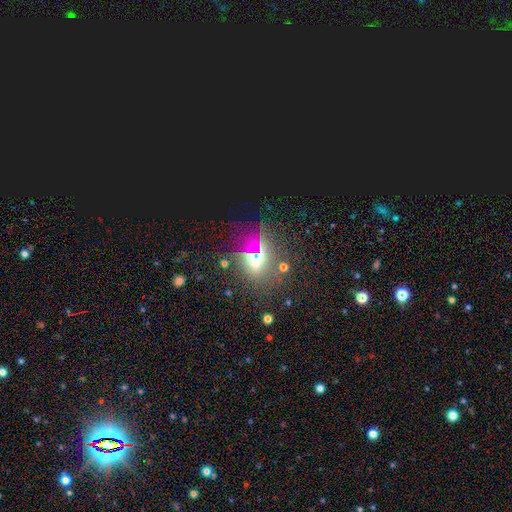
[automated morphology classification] Smooth or featured?
  - star or artifact: 55% *
  - smooth: 28%
  - featured or disk: 17%